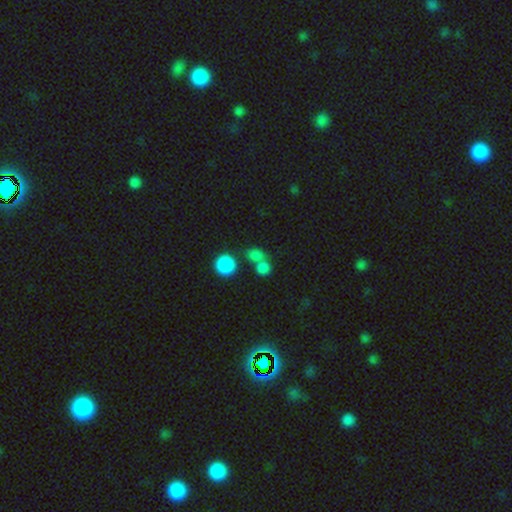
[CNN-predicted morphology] A smooth galaxy with no disk features (81%) that is round (66%).

Vote fractions:
- Smooth or featured? smooth: 81% / star or artifact: 12% / featured or disk: 7%
- How rounded? round: 66% / in between: 32% / cigar-shaped: 2%
- Merging? merger: 46% / none: 41% / minor disturbance: 8% / major disturbance: 4%